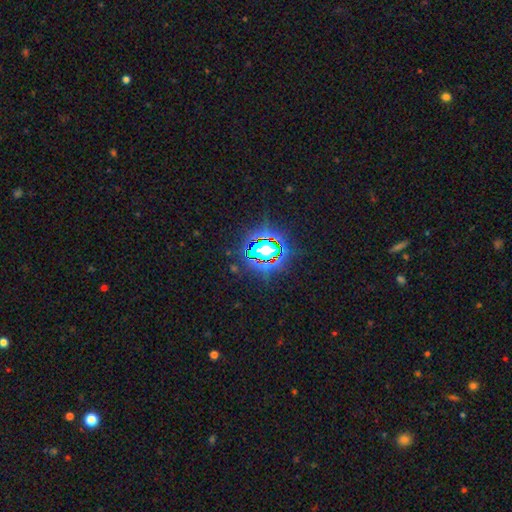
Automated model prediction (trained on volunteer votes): A star or artifact, not a galaxy (81%).